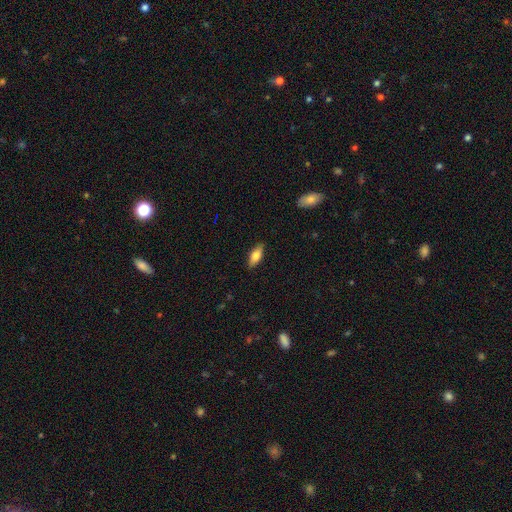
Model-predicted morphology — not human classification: smooth_or_featured: smooth (p=0.72) [alt: featured or disk p=0.22]
how_rounded: in between (p=0.72) [alt: cigar-shaped p=0.25]
merging: none (p=0.88) [alt: minor disturbance p=0.09]